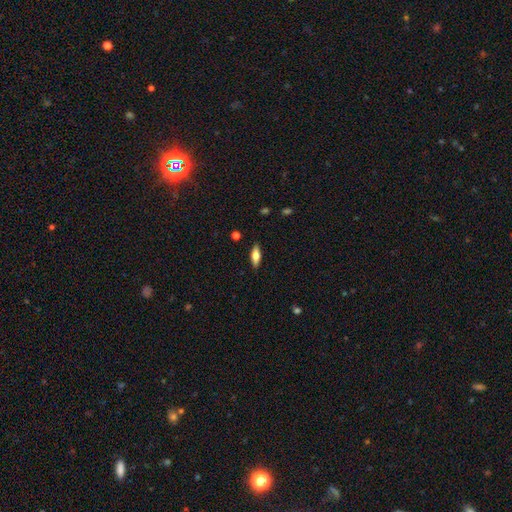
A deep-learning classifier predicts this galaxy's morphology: A smooth galaxy with no disk features (65%) that is in between round and cigar-shaped (66%).

Vote fractions:
- Smooth or featured? smooth: 65% / featured or disk: 28% / star or artifact: 7%
- How rounded? in between: 66% / cigar-shaped: 31% / round: 2%
- Merging? none: 88% / minor disturbance: 9% / major disturbance: 2% / merger: 1%